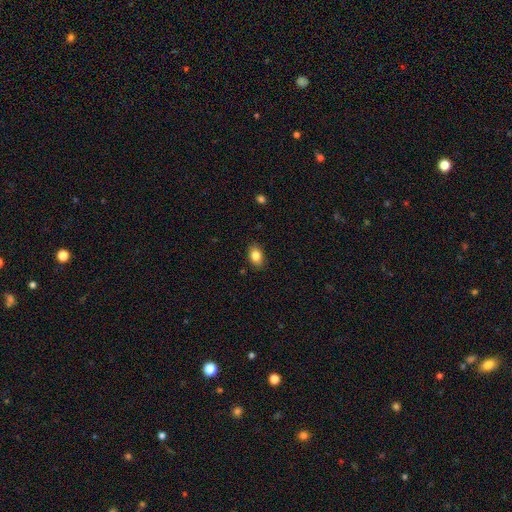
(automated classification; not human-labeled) Smooth or featured? smooth (84%)
How rounded? in between (84%)
Merging? none (87%)